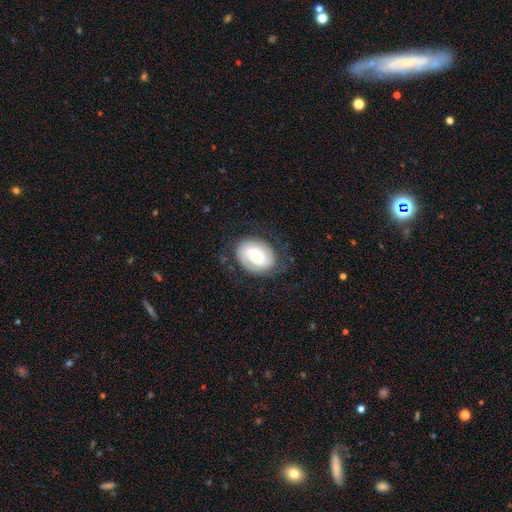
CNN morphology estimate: This appears to be a featured or disk galaxy (62%) with a weak bar (44%), 2 (65%) tight (52%) spiral arms (85%) and a moderate central bulge (54%). Merging: none (71%).